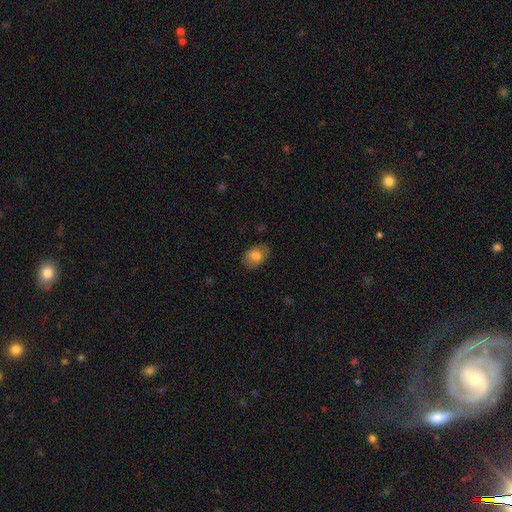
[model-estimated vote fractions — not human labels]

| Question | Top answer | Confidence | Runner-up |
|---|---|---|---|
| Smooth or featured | smooth | 77% | featured or disk (15%) |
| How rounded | in between | 79% | round (19%) |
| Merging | none | 79% | minor disturbance (15%) |